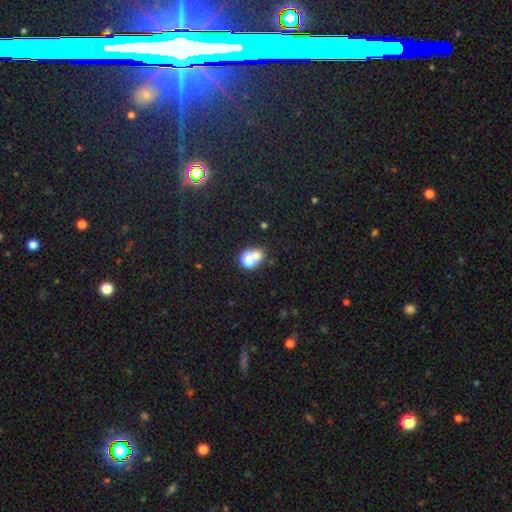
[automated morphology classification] smooth_or_featured: smooth (p=0.64) [alt: star or artifact p=0.23]
how_rounded: round (p=0.70) [alt: in between p=0.28]
merging: none (p=0.44) [alt: merger p=0.43]